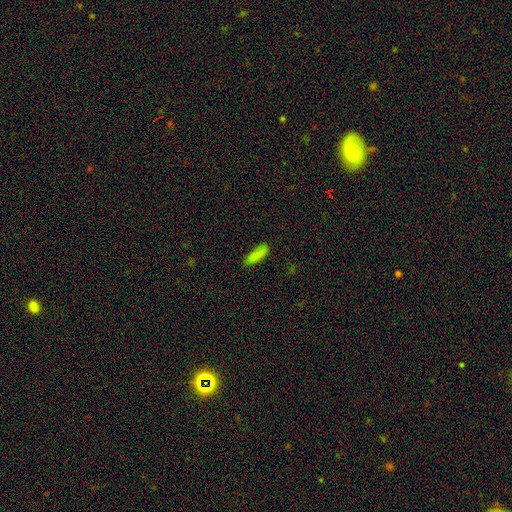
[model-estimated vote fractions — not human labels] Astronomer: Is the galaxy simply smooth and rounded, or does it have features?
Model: smooth — 81%.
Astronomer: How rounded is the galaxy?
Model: in between — 54% (runner-up: cigar-shaped, 44%).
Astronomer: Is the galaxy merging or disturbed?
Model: none — 66%.